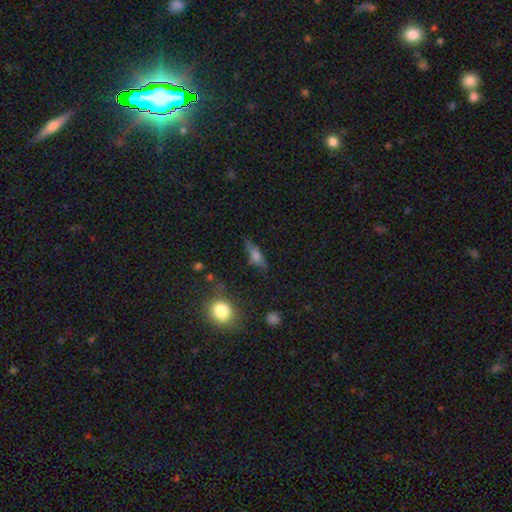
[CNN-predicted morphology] A smooth galaxy with no disk features (55%) that is cigar-shaped (50%).

Vote fractions:
- Smooth or featured? smooth: 55% / featured or disk: 33% / star or artifact: 12%
- How rounded? cigar-shaped: 50% / in between: 44% / round: 6%
- Merging? none: 73% / minor disturbance: 18% / major disturbance: 6% / merger: 3%